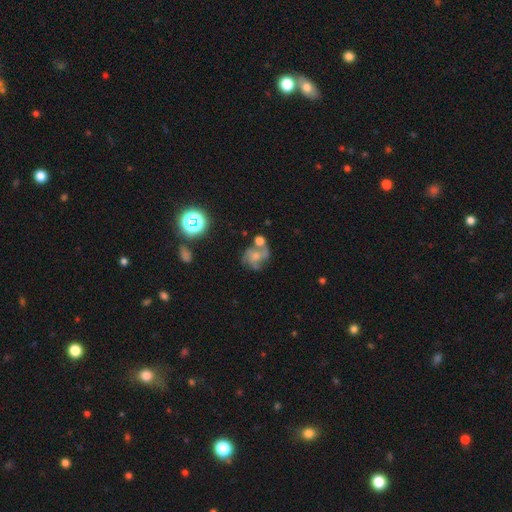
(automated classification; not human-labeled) Smooth or featured? Predicted: featured or disk (p=0.57). Edge-on disk? Predicted: no (p=0.97). Bar? Predicted: no (p=0.77). Spiral arms? Predicted: yes (p=0.73). Bulge size? Predicted: moderate (p=0.39). Merging? Predicted: none (p=0.43).